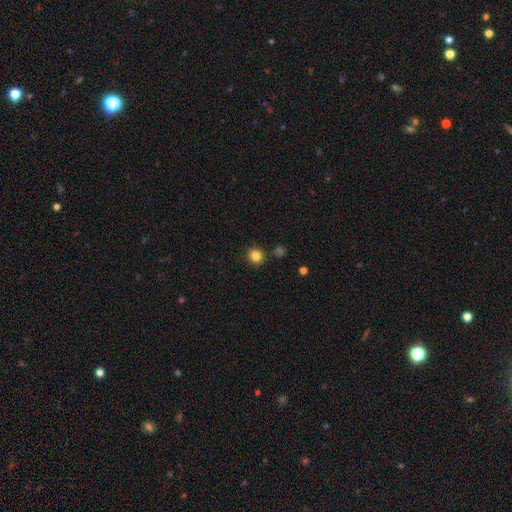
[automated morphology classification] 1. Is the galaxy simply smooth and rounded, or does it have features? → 83% smooth, 12% star or artifact, 5% featured or disk.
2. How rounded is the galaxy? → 90% round, 9% in between, 1% cigar-shaped.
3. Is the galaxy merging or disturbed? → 86% none, 7% minor disturbance, 4% merger, 2% major disturbance.